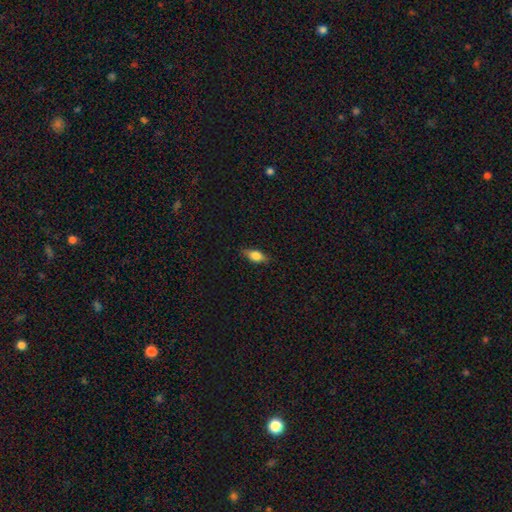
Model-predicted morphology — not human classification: This is likely a smooth galaxy (73%). How rounded: likely in between (80%). Merging: clearly none (81%).